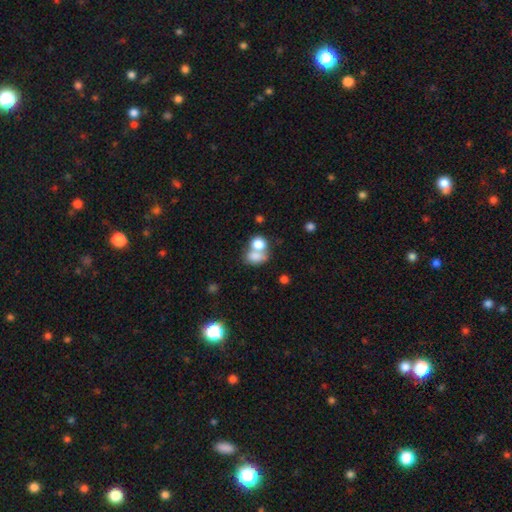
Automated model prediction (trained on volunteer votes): smooth 76%, featured or disk 13%, star or artifact 11%. Down the decision tree: how rounded — in between (65%); merging — merger (55%).